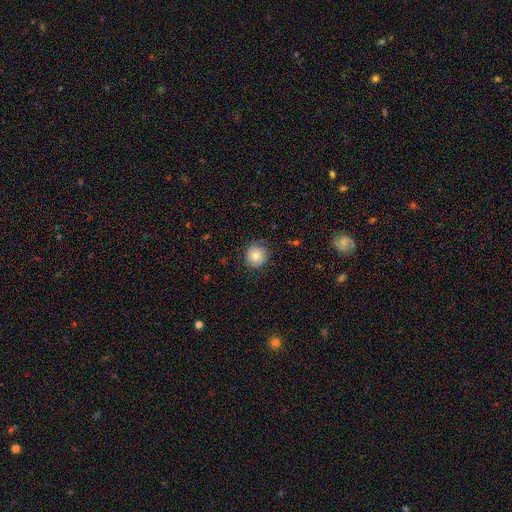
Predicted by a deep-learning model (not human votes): This is likely a smooth galaxy (79%). How rounded: clearly round (90%). Merging: clearly none (83%).